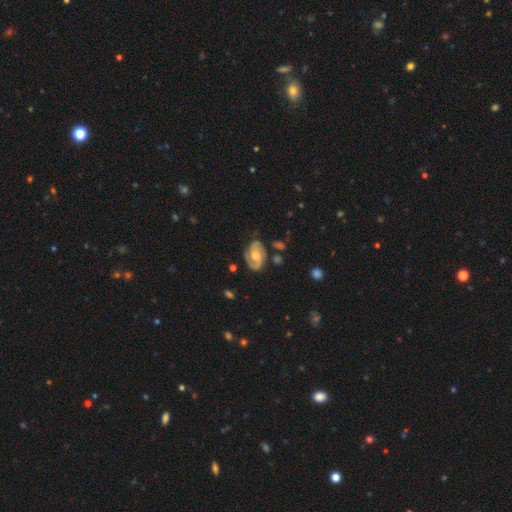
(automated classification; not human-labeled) Morphology: type=featured or disk (81%); edge-on=no (97%); bar=no (61%); spiral arms=yes (94%); winding=medium (45%); arm count=2 (83%); bulge=moderate (64%); merging=none (72%).